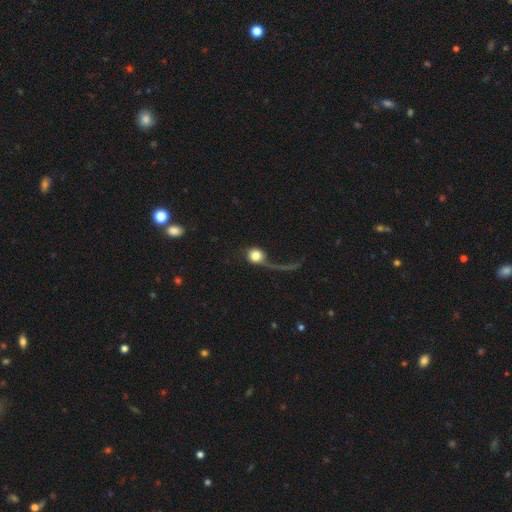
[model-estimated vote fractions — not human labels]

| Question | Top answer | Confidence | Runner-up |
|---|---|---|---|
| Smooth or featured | smooth | 63% | featured or disk (28%) |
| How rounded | round | 84% | in between (14%) |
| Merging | major disturbance | 55% | none (24%) |